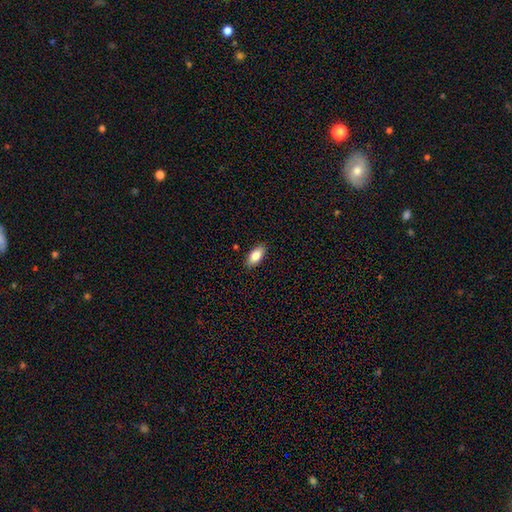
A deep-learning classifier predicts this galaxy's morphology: smooth 83%, featured or disk 10%, star or artifact 7%. Down the decision tree: how rounded — in between (89%); merging — none (88%).